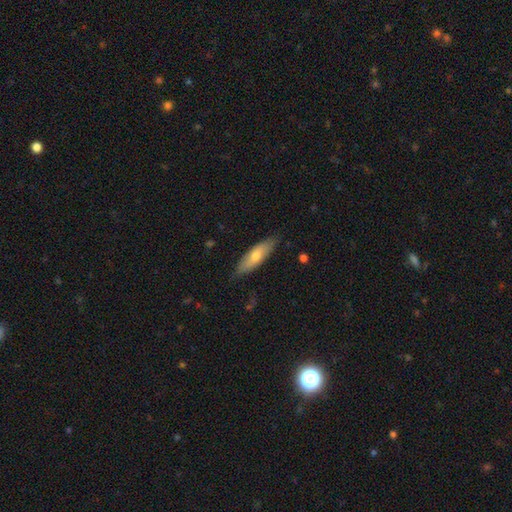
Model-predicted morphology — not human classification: This is likely a smooth galaxy (64%). How rounded: possibly cigar-shaped (49%, tied with in between). Merging: clearly none (80%).